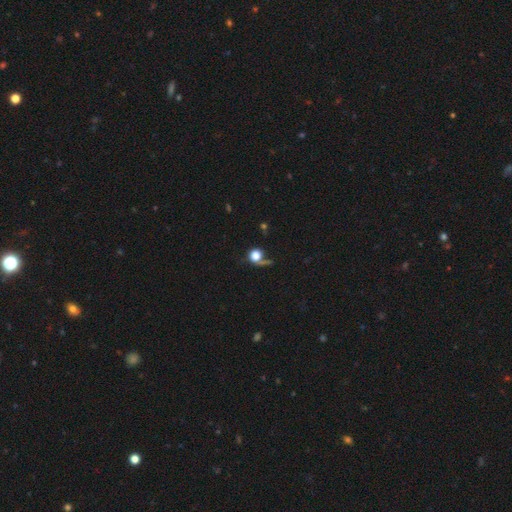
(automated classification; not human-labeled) Overall: smooth (73%). How rounded: round (87%). Merging: none (45%; major disturbance 23%).